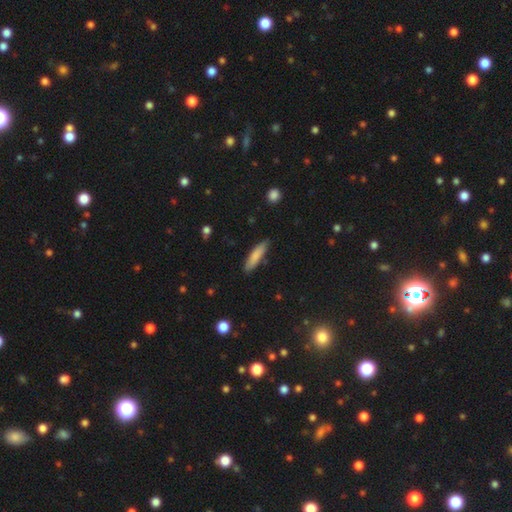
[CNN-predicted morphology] This appears to be a smooth galaxy with no disk features (81%) that is cigar-shaped (75%). Merging: none (84%).